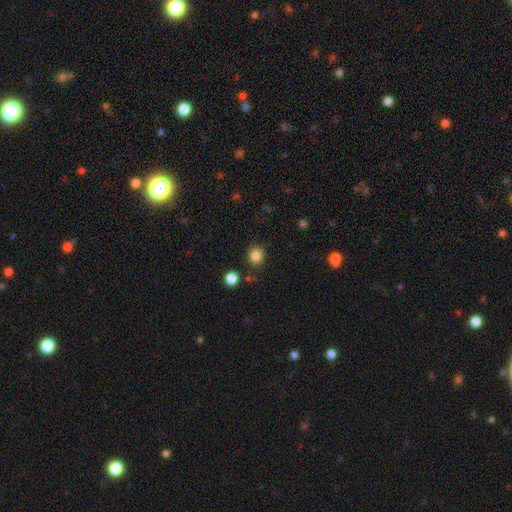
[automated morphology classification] Smooth or featured?
  - smooth: 84% *
  - star or artifact: 11%
  - featured or disk: 4%
How rounded?
  - round: 85% *
  - in between: 14%
  - cigar-shaped: 1%
Merging?
  - none: 85% *
  - minor disturbance: 9%
  - merger: 3%
  - major disturbance: 3%